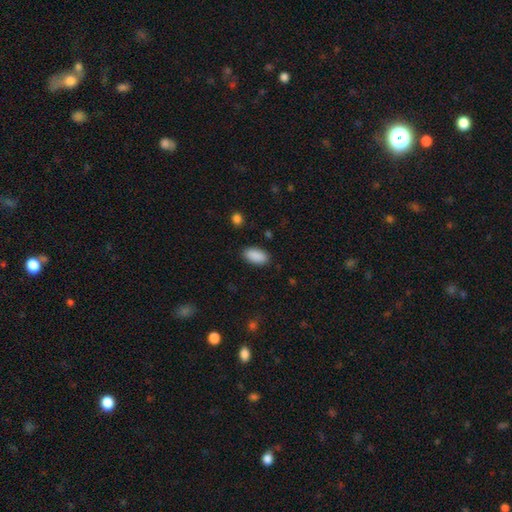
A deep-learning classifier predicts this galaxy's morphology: This is clearly a smooth galaxy (91%). How rounded: clearly in between (93%). Merging: clearly none (88%).